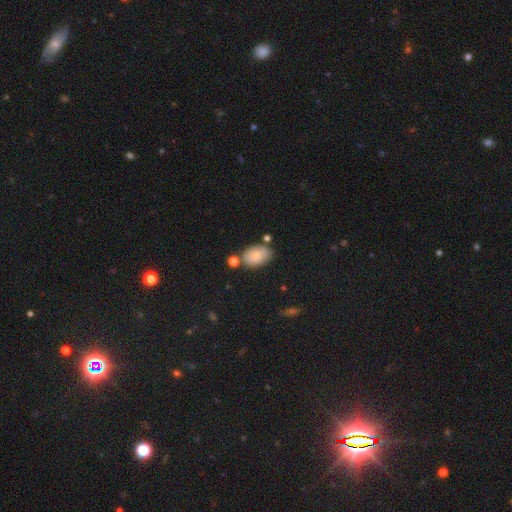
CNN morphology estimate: The model was most divided on "merging": none: 71%, minor disturbance: 17%, merger: 9%, major disturbance: 4%. More confident: how rounded — in between (89%); smooth or featured — smooth (80%).